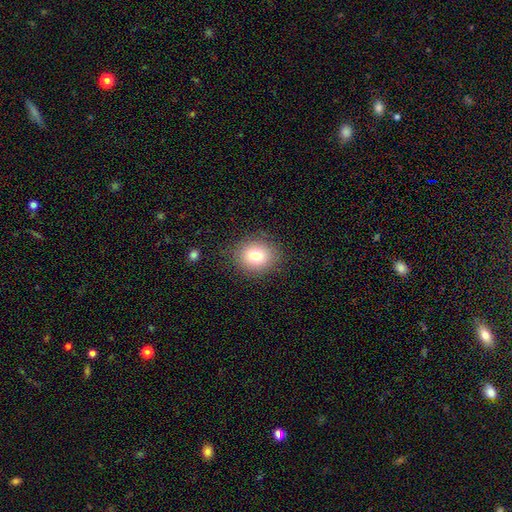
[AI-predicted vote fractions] This appears to be a smooth galaxy with no disk features (78%) that is round (73%). Merging: none (86%).